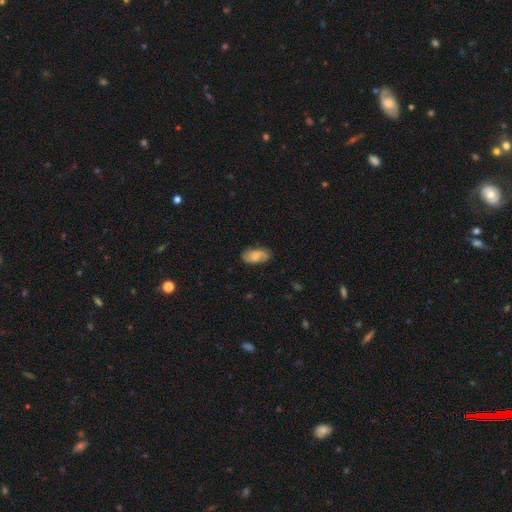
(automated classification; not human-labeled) Q: Smooth or featured?
A: featured or disk (47%); runner-up: smooth (45%)
Q: Merging?
A: none (78%); runner-up: minor disturbance (17%)